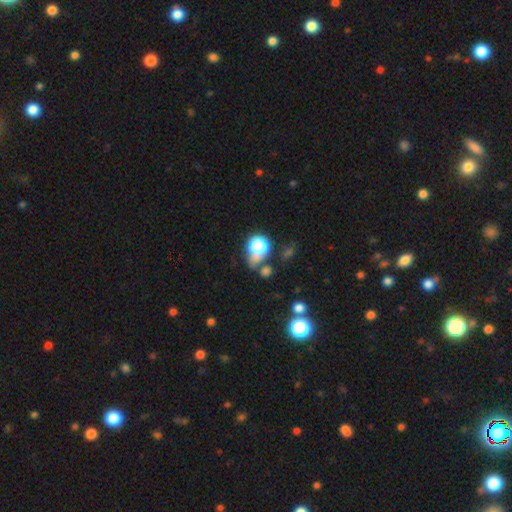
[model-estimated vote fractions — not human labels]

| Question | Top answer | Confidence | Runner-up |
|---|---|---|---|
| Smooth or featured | smooth | 66% | star or artifact (21%) |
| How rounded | round | 58% | in between (40%) |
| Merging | none | 37% | merger (26%) |